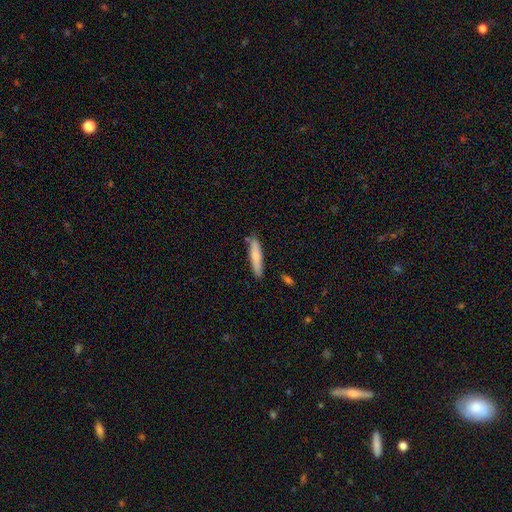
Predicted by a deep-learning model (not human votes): Smooth or featured?
  - smooth: 75% *
  - featured or disk: 19%
  - star or artifact: 6%
How rounded?
  - cigar-shaped: 85% *
  - in between: 14%
  - round: 1%
Merging?
  - none: 80% *
  - minor disturbance: 14%
  - merger: 4%
  - major disturbance: 2%